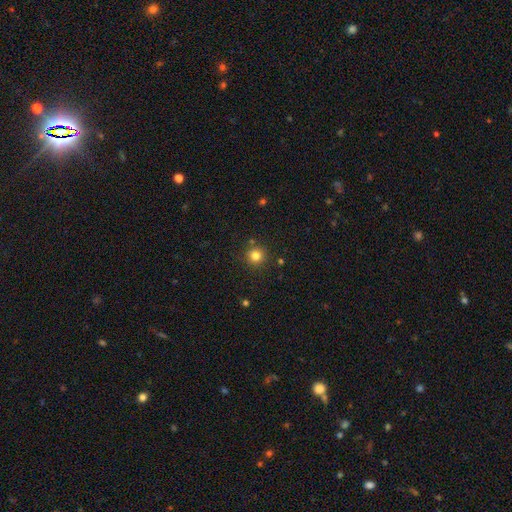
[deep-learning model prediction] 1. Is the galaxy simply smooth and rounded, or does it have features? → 80% smooth, 14% star or artifact, 6% featured or disk.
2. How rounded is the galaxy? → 95% round, 5% in between, 1% cigar-shaped.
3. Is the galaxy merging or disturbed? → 87% none, 7% minor disturbance, 4% merger, 2% major disturbance.